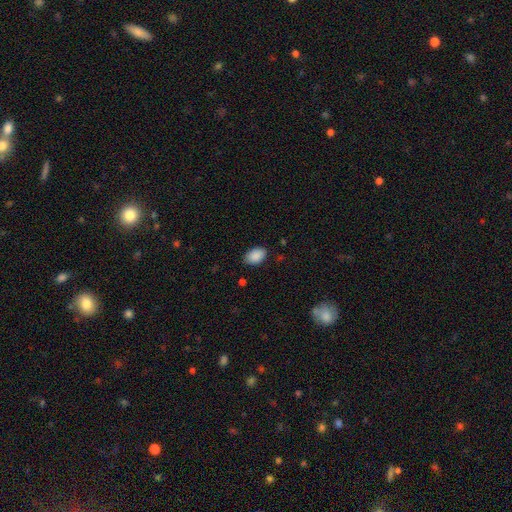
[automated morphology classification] Smooth or featured?
  - smooth: 89% *
  - star or artifact: 7%
  - featured or disk: 3%
How rounded?
  - in between: 89% *
  - round: 10%
  - cigar-shaped: 1%
Merging?
  - none: 82% *
  - minor disturbance: 14%
  - major disturbance: 3%
  - merger: 1%